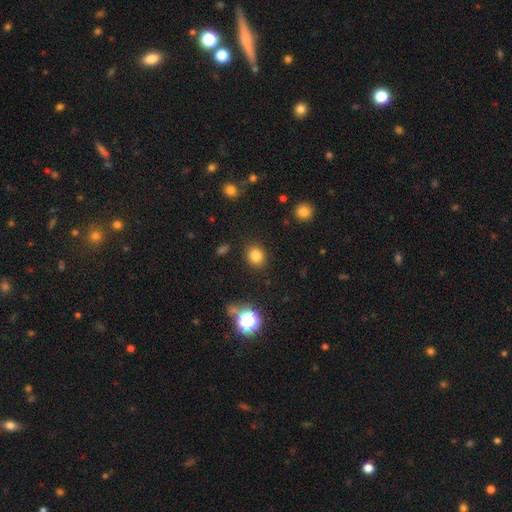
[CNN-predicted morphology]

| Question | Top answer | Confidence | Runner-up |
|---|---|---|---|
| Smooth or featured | smooth | 81% | star or artifact (13%) |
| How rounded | round | 71% | in between (28%) |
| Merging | none | 88% | minor disturbance (8%) |